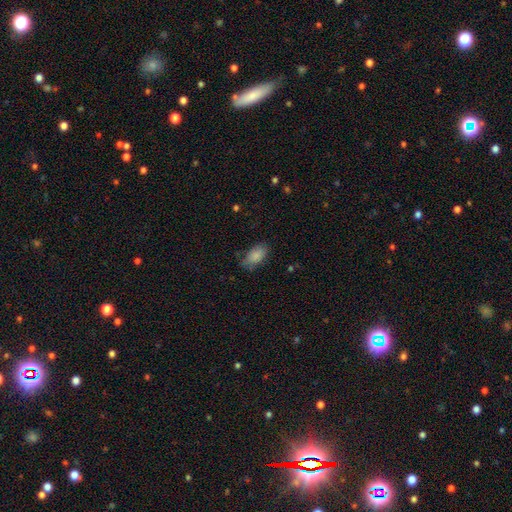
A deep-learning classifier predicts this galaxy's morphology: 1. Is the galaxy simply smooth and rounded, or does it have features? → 86% smooth, 7% star or artifact, 7% featured or disk.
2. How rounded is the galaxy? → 92% in between, 4% cigar-shaped, 4% round.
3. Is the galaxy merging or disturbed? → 72% none, 21% minor disturbance, 5% major disturbance, 2% merger.